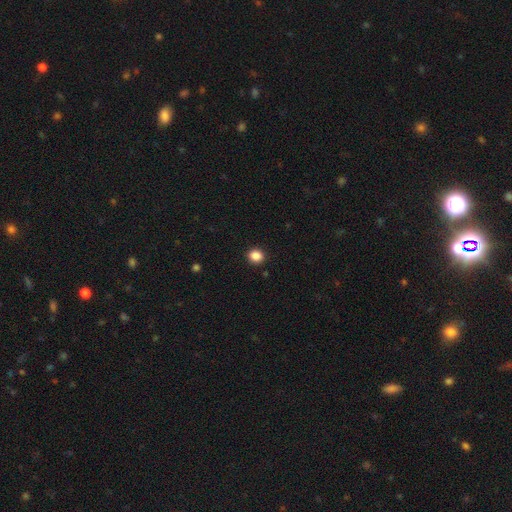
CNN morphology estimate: Overall: smooth (87%). How rounded: round (77%). Merging: none (92%).